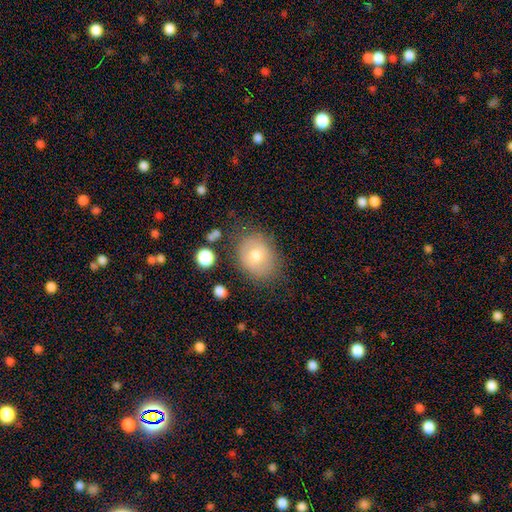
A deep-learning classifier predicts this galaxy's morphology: type=smooth (70%); roundness=in between (53%); merging=none (76%).